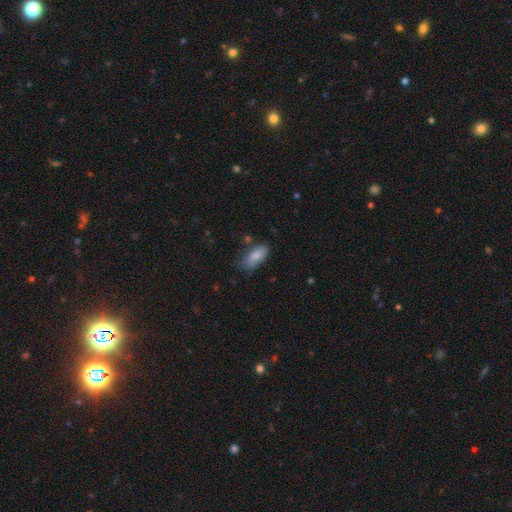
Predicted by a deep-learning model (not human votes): smooth-or-featured: smooth: 84% | featured or disk: 9% | star or artifact: 7%
  how-rounded: in between: 85% | cigar-shaped: 13% | round: 2%
  merging: none: 58% | minor disturbance: 30% | major disturbance: 8% | merger: 3%